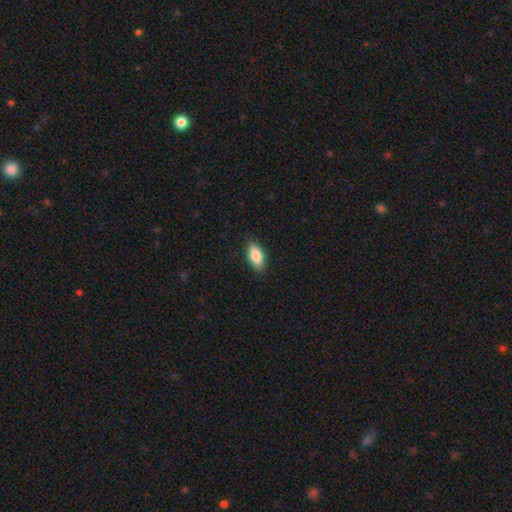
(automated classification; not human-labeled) This is clearly a smooth galaxy (85%). How rounded: clearly in between (88%). Merging: clearly none (88%).